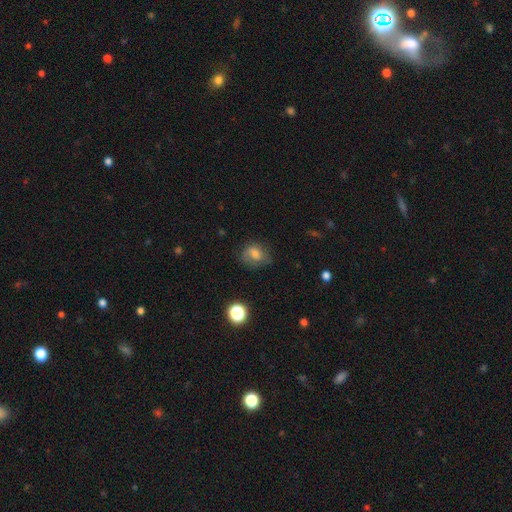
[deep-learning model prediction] A smooth galaxy with no disk features (56%) that is round (56%). Merging: none (66%).